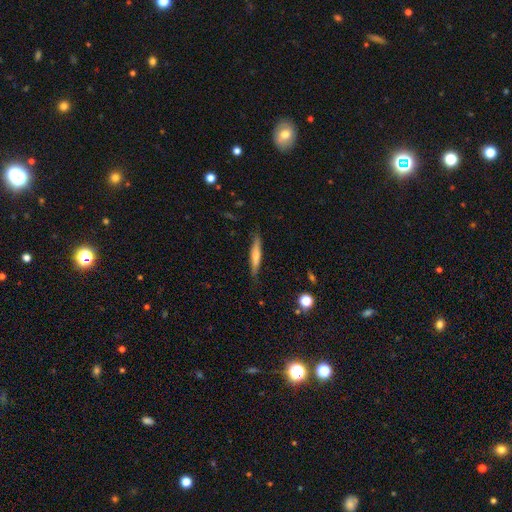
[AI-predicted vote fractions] Q: Smooth or featured?
A: smooth (56%); runner-up: featured or disk (38%)
Q: How rounded?
A: cigar-shaped (91%); runner-up: in between (8%)
Q: Merging?
A: none (84%); runner-up: minor disturbance (12%)